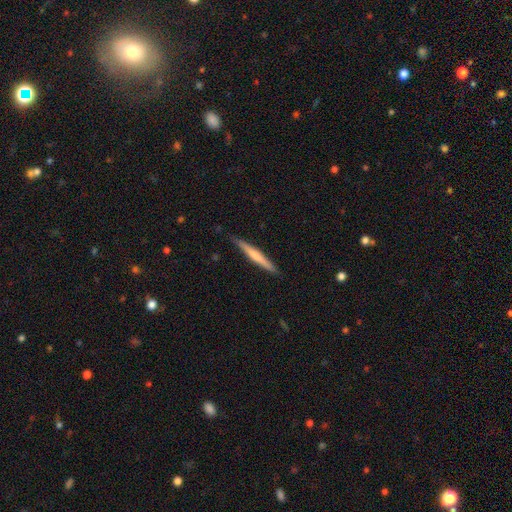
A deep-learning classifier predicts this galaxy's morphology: smooth_or_featured: smooth (p=0.48) [alt: featured or disk p=0.47]
merging: none (p=0.87) [alt: minor disturbance p=0.10]